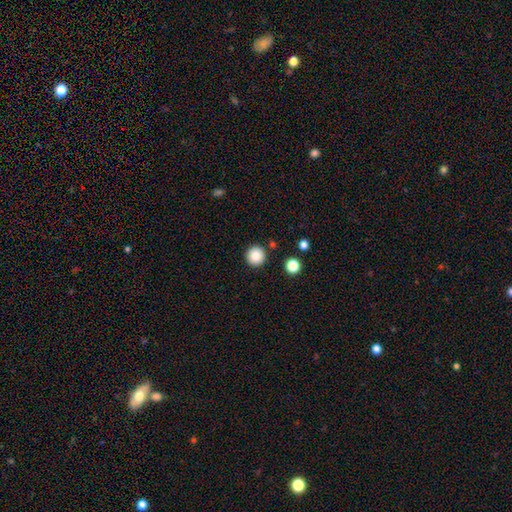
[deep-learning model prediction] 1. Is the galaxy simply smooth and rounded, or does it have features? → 86% smooth, 9% star or artifact, 5% featured or disk.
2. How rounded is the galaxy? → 96% round, 3% in between, 1% cigar-shaped.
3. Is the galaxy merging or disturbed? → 91% none, 5% minor disturbance, 2% merger, 2% major disturbance.